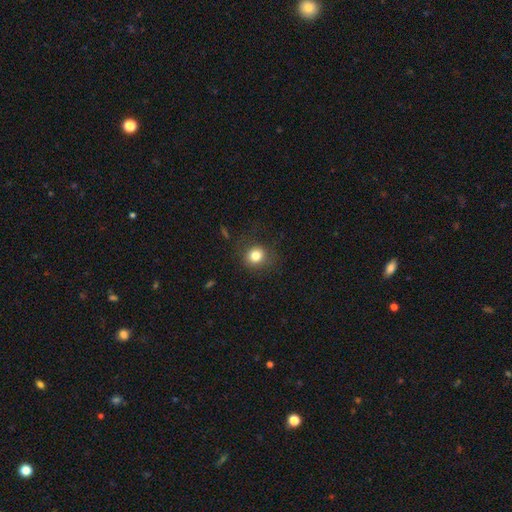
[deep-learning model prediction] Smooth or featured: smooth — 82% (star or artifact — 11%)
How rounded: round — 81% (in between — 18%)
Merging: none — 81% (minor disturbance — 12%)